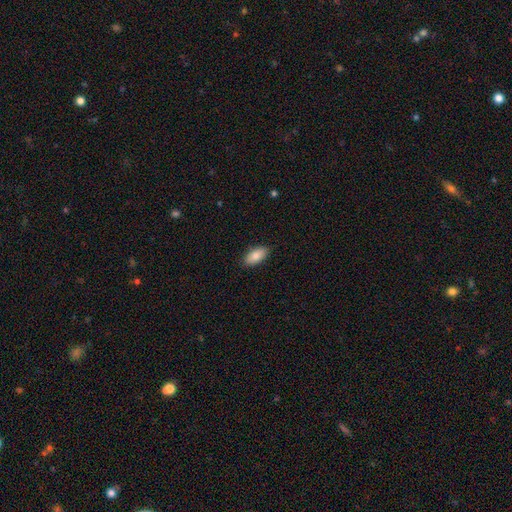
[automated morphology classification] smooth_or_featured: smooth (p=0.84) [alt: featured or disk p=0.09]
how_rounded: in between (p=0.91) [alt: cigar-shaped p=0.07]
merging: none (p=0.88) [alt: minor disturbance p=0.09]